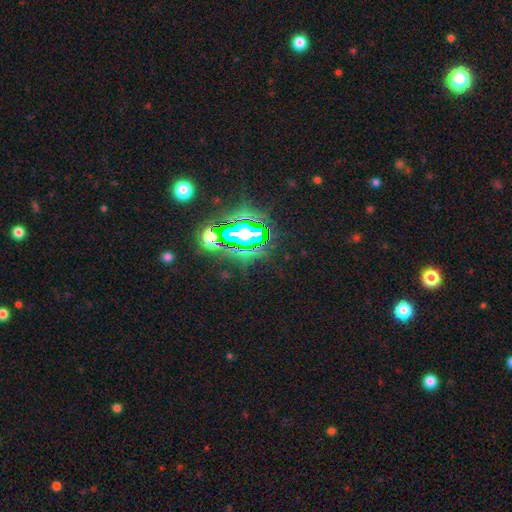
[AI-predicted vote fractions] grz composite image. It shows a star or artifact, not a galaxy (80%).